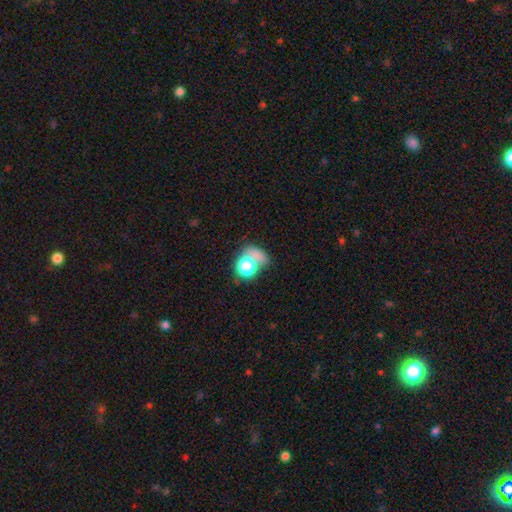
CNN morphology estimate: type=smooth (64%); roundness=round (60%); merging=none (46%).